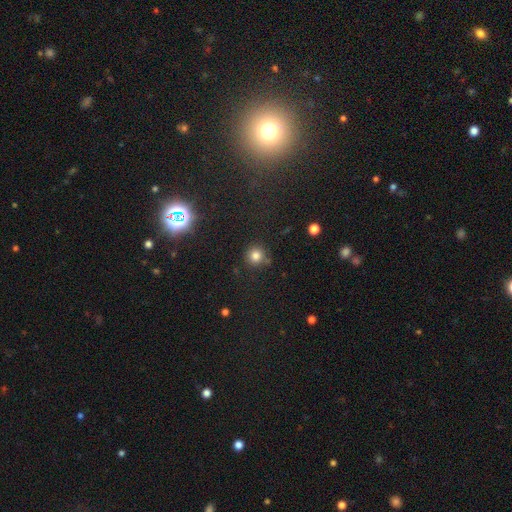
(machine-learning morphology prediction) smooth_or_featured: smooth (p=0.78) [alt: star or artifact p=0.15]
how_rounded: round (p=0.92) [alt: in between p=0.07]
merging: none (p=0.79) [alt: minor disturbance p=0.11]